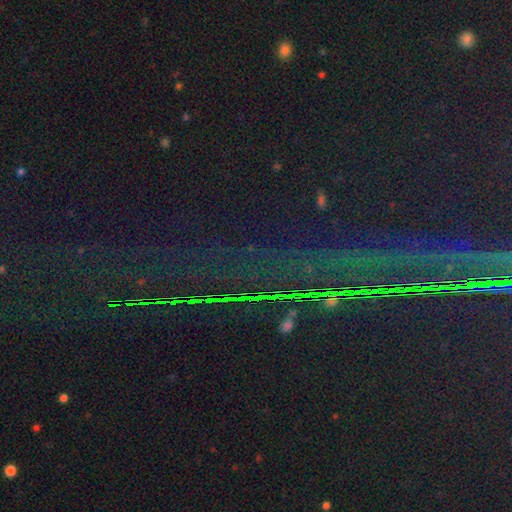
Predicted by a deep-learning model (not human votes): Smooth or featured? Predicted: star or artifact (p=0.86).